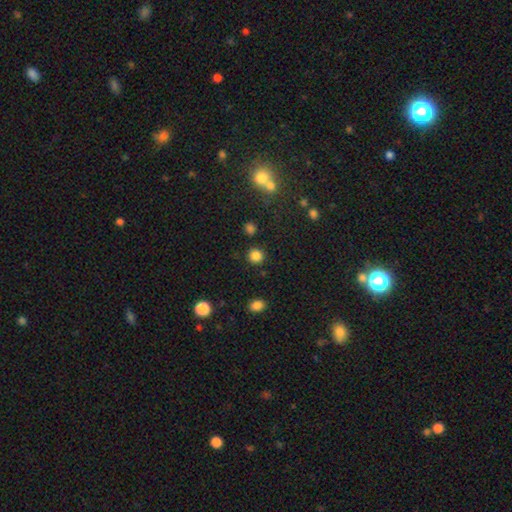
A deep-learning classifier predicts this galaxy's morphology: smooth_or_featured: smooth (p=0.83) [alt: star or artifact p=0.13]
how_rounded: round (p=0.91) [alt: in between p=0.08]
merging: none (p=0.88) [alt: minor disturbance p=0.06]